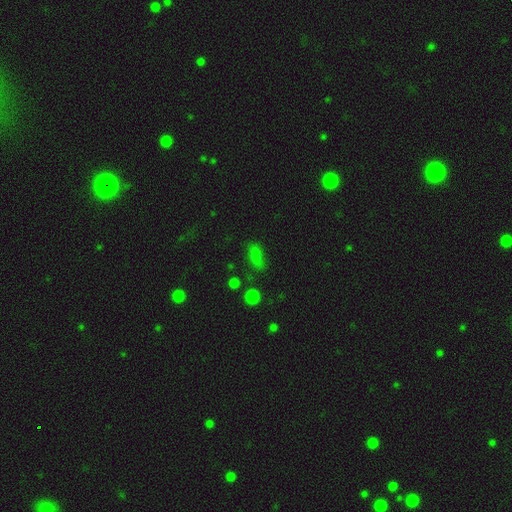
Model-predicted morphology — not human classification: A smooth galaxy with no disk features (73%) that is in between round and cigar-shaped (76%). Merging: none (63%).